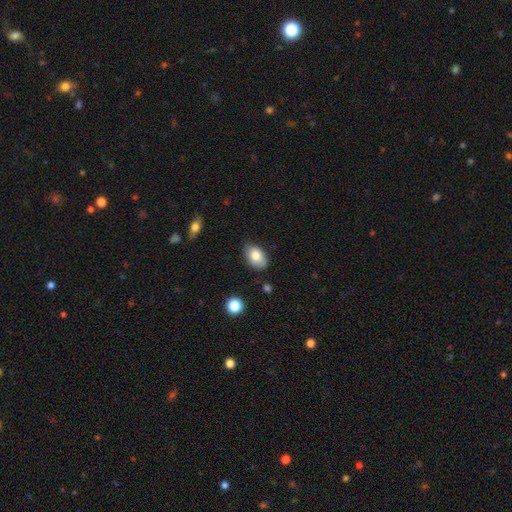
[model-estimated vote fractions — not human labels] Smooth or featured?
  - smooth: 81% *
  - featured or disk: 11%
  - star or artifact: 8%
How rounded?
  - in between: 89% *
  - round: 10%
  - cigar-shaped: 1%
Merging?
  - none: 73% *
  - minor disturbance: 22%
  - major disturbance: 3%
  - merger: 2%